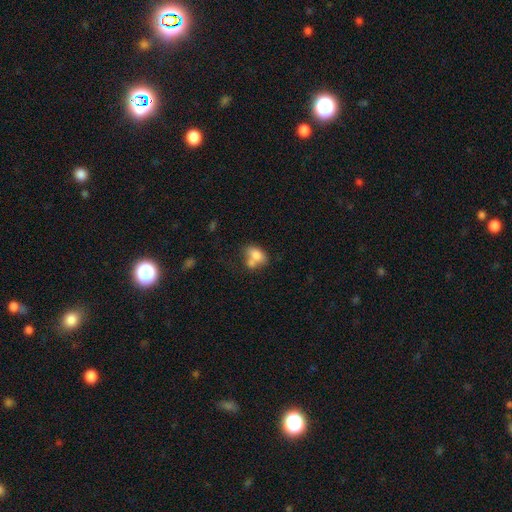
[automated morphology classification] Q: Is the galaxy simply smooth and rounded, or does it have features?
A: smooth — 76%.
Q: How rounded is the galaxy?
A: in between — 82%.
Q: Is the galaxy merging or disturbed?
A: merger — 45%.